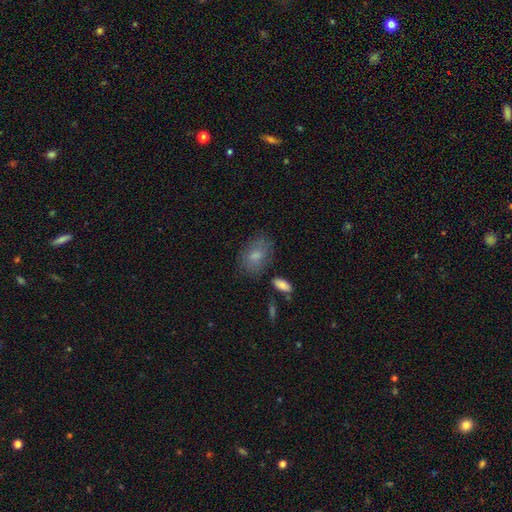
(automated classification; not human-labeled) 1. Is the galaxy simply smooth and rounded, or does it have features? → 74% smooth, 18% featured or disk, 8% star or artifact.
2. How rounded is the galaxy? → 82% in between, 16% round, 2% cigar-shaped.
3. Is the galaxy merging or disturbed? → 68% none, 20% minor disturbance, 8% major disturbance, 4% merger.